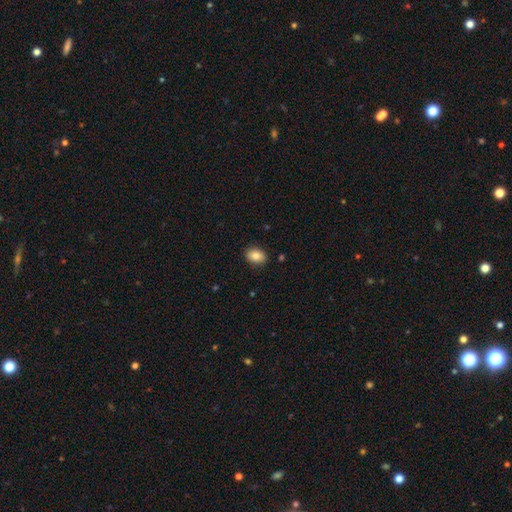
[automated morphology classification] This appears to be a smooth galaxy with no disk features (85%) that is in between round and cigar-shaped (76%). Merging: none (88%).